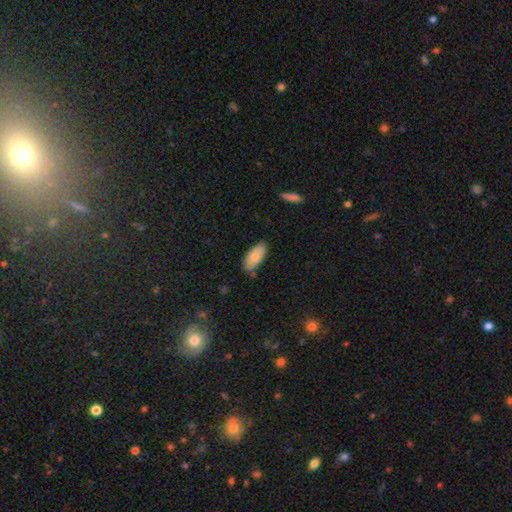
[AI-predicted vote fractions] Smooth or featured? smooth (81%)
How rounded? in between (89%)
Merging? none (78%)